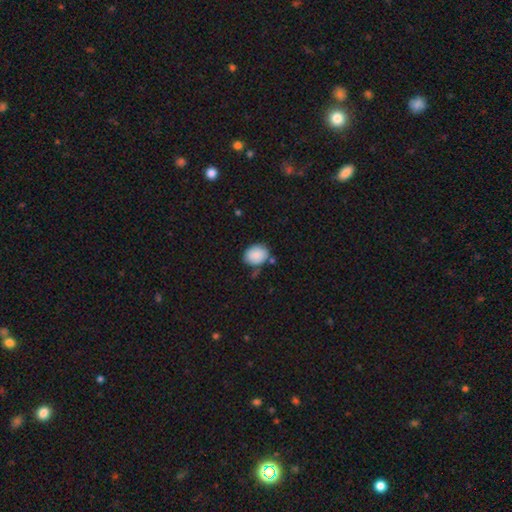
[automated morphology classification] Smooth or featured? Predicted: smooth (p=0.87). How rounded? Predicted: in between (p=0.64). Merging? Predicted: none (p=0.68).